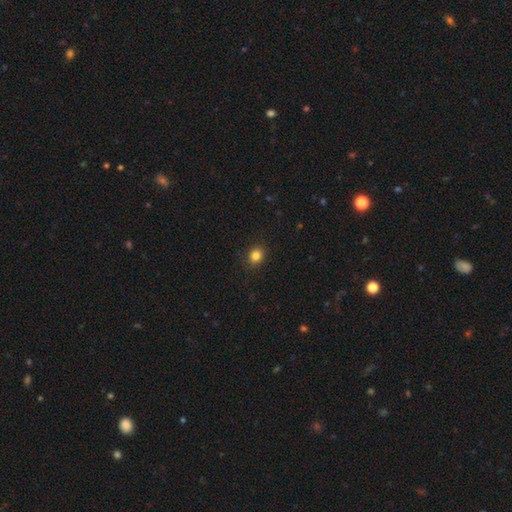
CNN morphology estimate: A smooth galaxy with no disk features (84%) that is round (73%).

Vote fractions:
- Smooth or featured? smooth: 84% / star or artifact: 12% / featured or disk: 5%
- How rounded? round: 73% / in between: 26% / cigar-shaped: 1%
- Merging? none: 89% / minor disturbance: 8% / major disturbance: 2% / merger: 1%